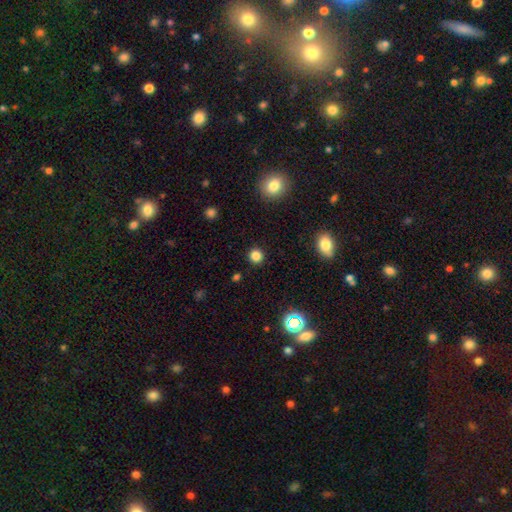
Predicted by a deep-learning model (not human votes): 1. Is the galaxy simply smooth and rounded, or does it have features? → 82% smooth, 14% star or artifact, 4% featured or disk.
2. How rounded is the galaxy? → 93% round, 6% in between, 1% cigar-shaped.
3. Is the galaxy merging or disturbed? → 91% none, 5% minor disturbance, 2% major disturbance, 1% merger.